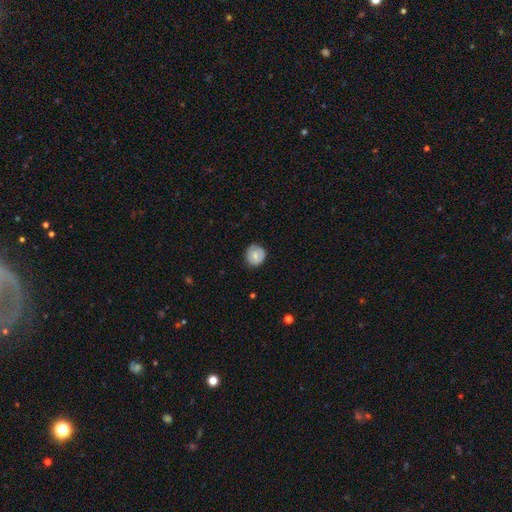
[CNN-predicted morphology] smooth 74%, featured or disk 19%, star or artifact 7%. Down the decision tree: how rounded — round (88%); merging — none (77%).